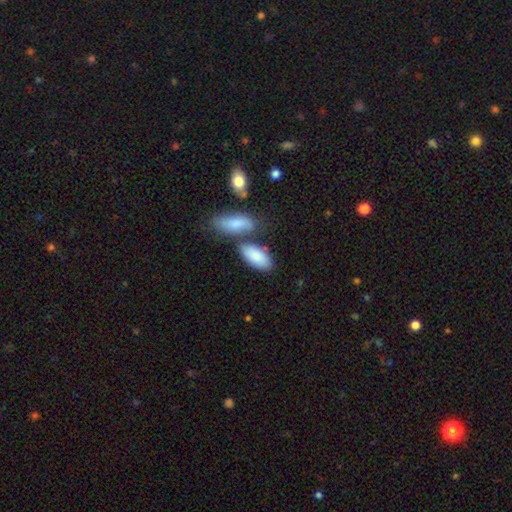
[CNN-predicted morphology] Smooth or featured? smooth (86%)
How rounded? in between (91%)
Merging? none (57%)